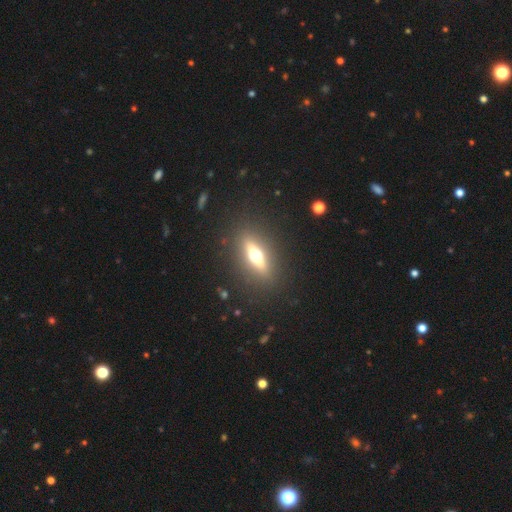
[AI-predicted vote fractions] Morphology: type=featured or disk (56%); edge-on=yes (84%); merging=none (87%).